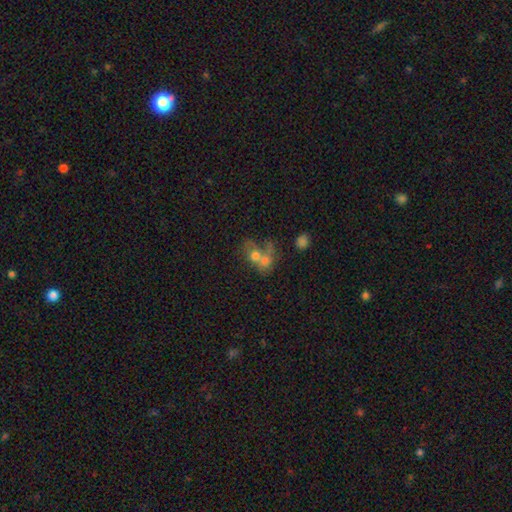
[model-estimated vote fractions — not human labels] Q: Smooth or featured?
A: smooth (60%); runner-up: featured or disk (28%)
Q: How rounded?
A: round (55%); runner-up: in between (44%)
Q: Merging?
A: merger (72%); runner-up: none (14%)